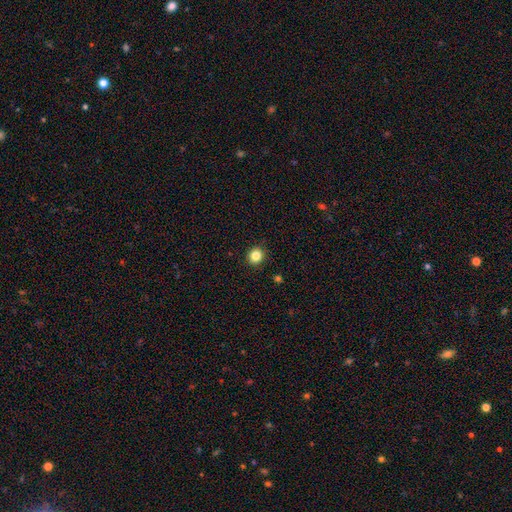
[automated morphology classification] A smooth galaxy with no disk features (84%) that is round (86%).

Vote fractions:
- Smooth or featured? smooth: 84% / star or artifact: 11% / featured or disk: 4%
- How rounded? round: 86% / in between: 14% / cigar-shaped: 1%
- Merging? none: 92% / minor disturbance: 5% / major disturbance: 2% / merger: 1%